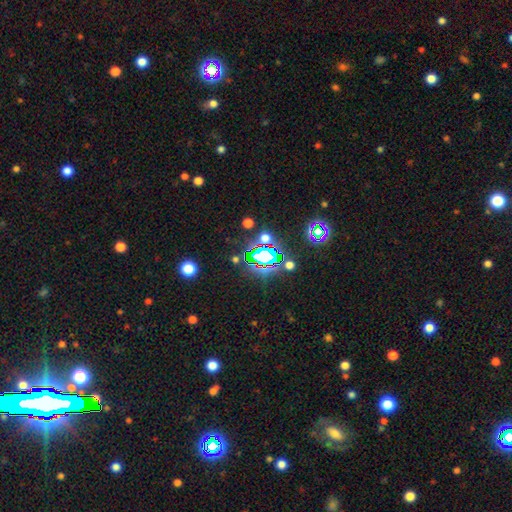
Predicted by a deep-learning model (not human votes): Smooth or featured?
  - star or artifact: 78% *
  - smooth: 14%
  - featured or disk: 8%